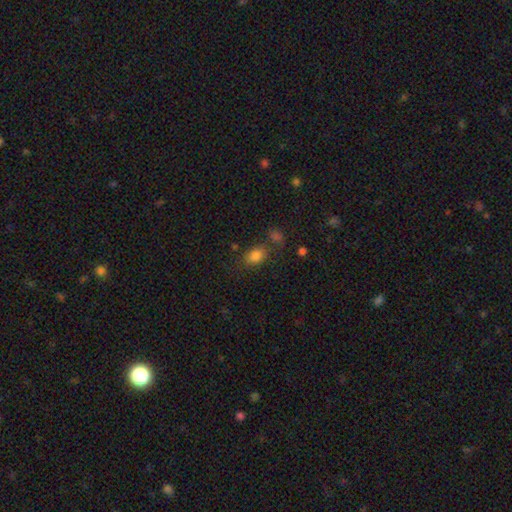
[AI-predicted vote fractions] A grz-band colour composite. It shows a smooth galaxy with no disk features (82%) that is in between round and cigar-shaped (73%). Merging: none (66%).